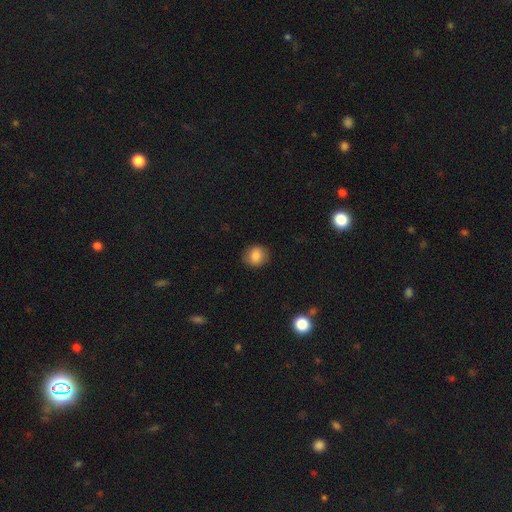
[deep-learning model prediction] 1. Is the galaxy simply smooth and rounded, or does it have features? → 84% smooth, 9% star or artifact, 7% featured or disk.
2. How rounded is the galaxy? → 77% round, 22% in between, 1% cigar-shaped.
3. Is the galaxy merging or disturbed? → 88% none, 9% minor disturbance, 2% major disturbance, 1% merger.